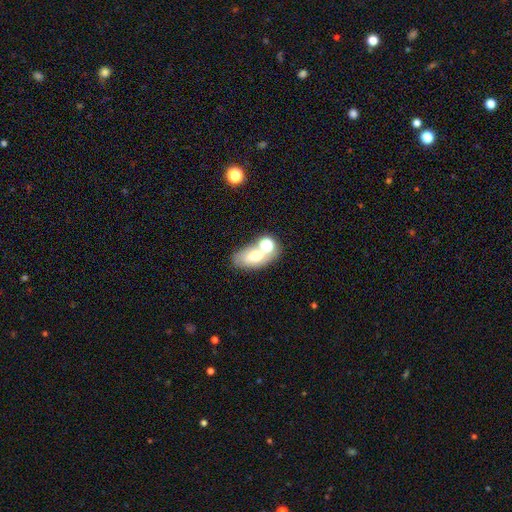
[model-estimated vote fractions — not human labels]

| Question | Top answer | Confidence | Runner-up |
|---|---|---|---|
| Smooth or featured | smooth | 58% | featured or disk (29%) |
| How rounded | in between | 81% | round (16%) |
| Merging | none | 44% | merger (36%) |